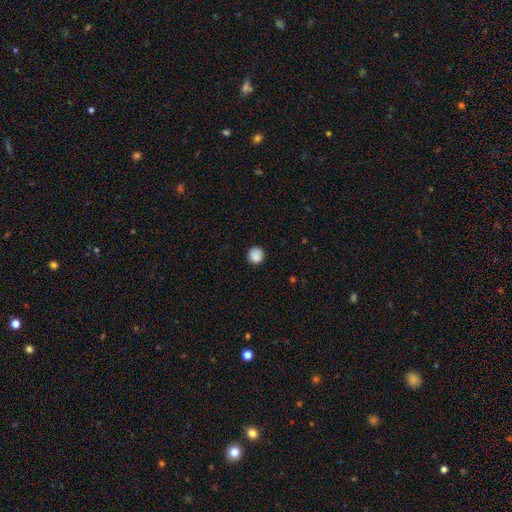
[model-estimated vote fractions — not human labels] Overall: smooth (87%). How rounded: round (94%). Merging: none (86%).